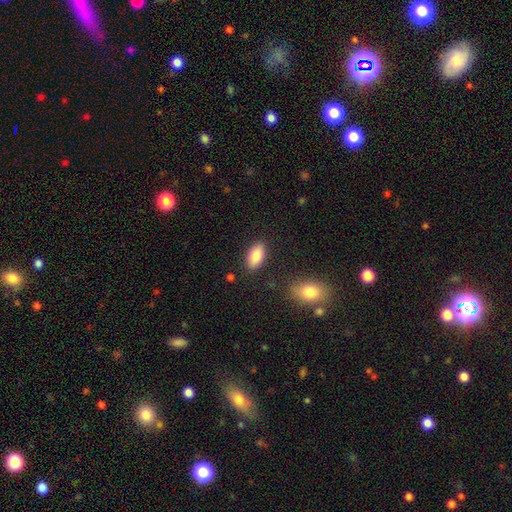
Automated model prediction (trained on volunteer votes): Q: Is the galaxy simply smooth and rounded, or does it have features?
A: smooth — 84%.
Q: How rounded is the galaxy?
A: in between — 92%.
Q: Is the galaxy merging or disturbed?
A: none — 87%.